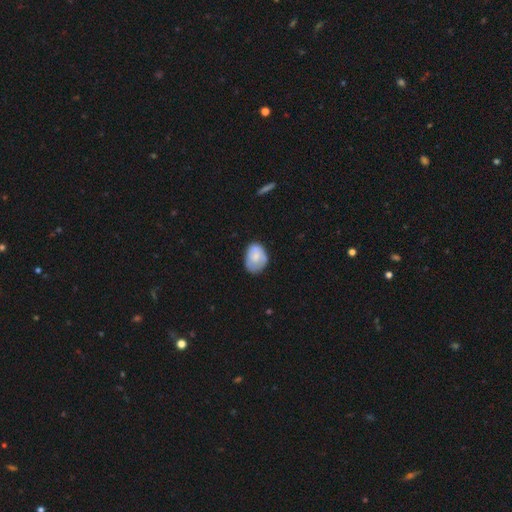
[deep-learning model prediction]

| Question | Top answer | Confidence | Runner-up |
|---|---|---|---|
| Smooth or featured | smooth | 64% | featured or disk (29%) |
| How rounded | in between | 69% | round (30%) |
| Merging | none | 61% | minor disturbance (29%) |